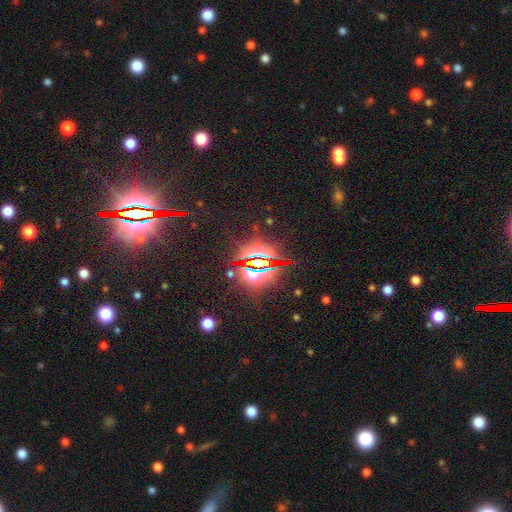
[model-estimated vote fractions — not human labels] Morphology: type=star or artifact (86%).